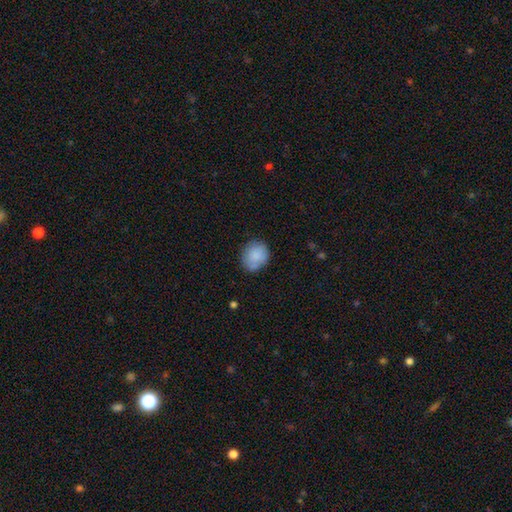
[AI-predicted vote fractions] A smooth galaxy with no disk features (85%) that is round (64%). Merging: none (72%).